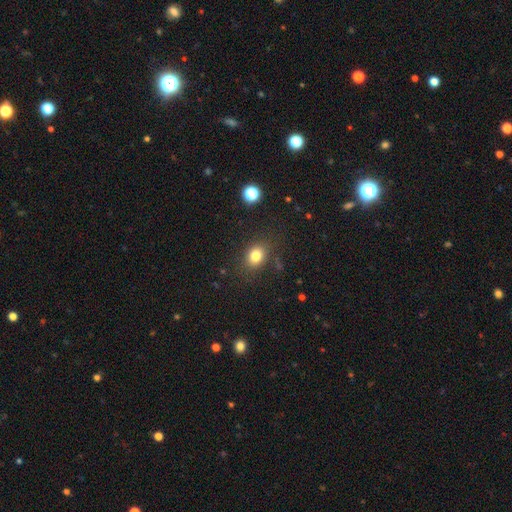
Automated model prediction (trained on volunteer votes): A smooth galaxy with no disk features (79%) that is in between round and cigar-shaped (53%).

Vote fractions:
- Smooth or featured? smooth: 79% / star or artifact: 13% / featured or disk: 8%
- How rounded? in between: 53% / round: 46% / cigar-shaped: 1%
- Merging? none: 81% / minor disturbance: 12% / major disturbance: 5% / merger: 2%